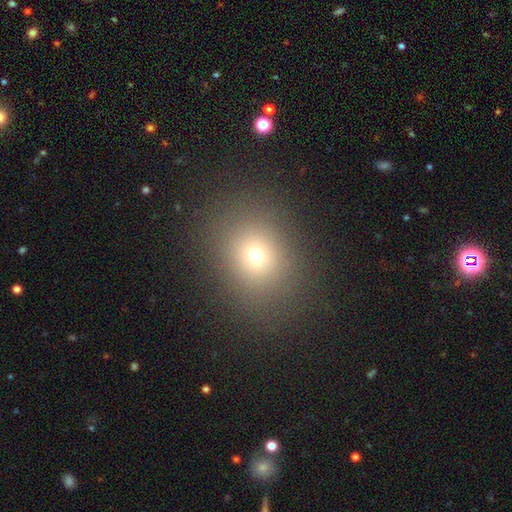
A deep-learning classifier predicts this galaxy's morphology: Smooth or featured?
  - smooth: 69% *
  - star or artifact: 20%
  - featured or disk: 11%
How rounded?
  - round: 62% *
  - in between: 37%
  - cigar-shaped: 1%
Merging?
  - none: 86% *
  - minor disturbance: 8%
  - major disturbance: 5%
  - merger: 1%